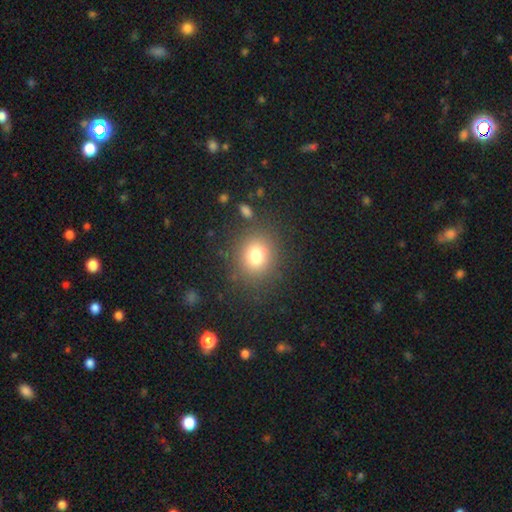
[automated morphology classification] Smooth or featured? Predicted: smooth (p=0.77). How rounded? Predicted: round (p=0.76). Merging? Predicted: none (p=0.84).